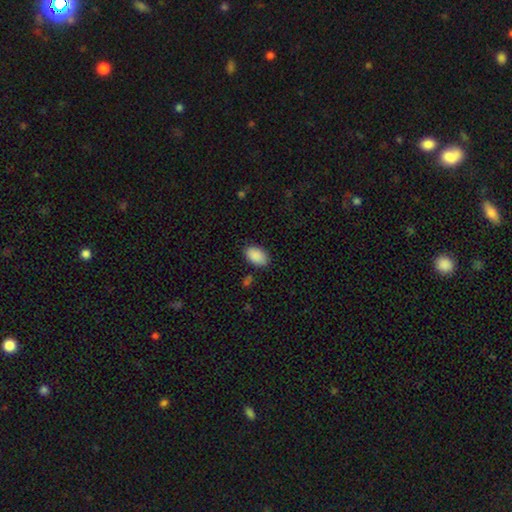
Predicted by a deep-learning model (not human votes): This is clearly a smooth galaxy (90%). How rounded: clearly in between (94%). Merging: clearly none (85%).